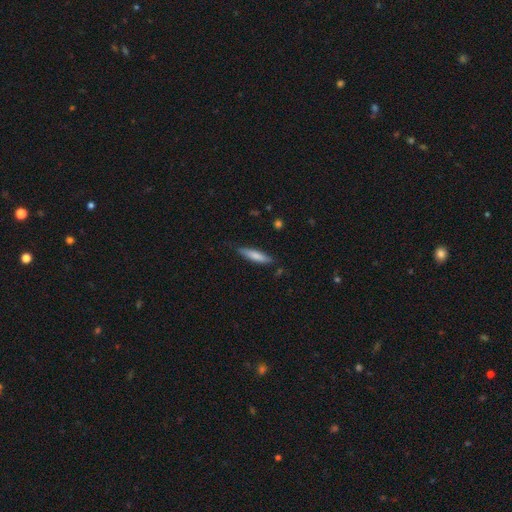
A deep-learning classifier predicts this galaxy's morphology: This appears to be a smooth galaxy with no disk features (76%) that is cigar-shaped (78%). Merging: none (80%).